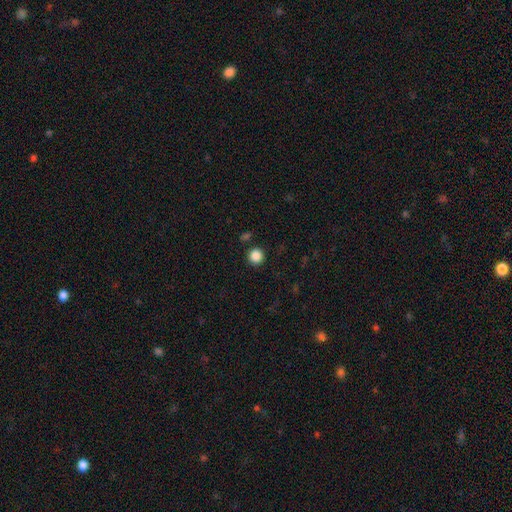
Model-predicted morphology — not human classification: A smooth galaxy with no disk features (87%) that is round (95%).

Vote fractions:
- Smooth or featured? smooth: 87% / star or artifact: 10% / featured or disk: 3%
- How rounded? round: 95% / in between: 4% / cigar-shaped: 1%
- Merging? none: 90% / minor disturbance: 5% / merger: 3% / major disturbance: 2%